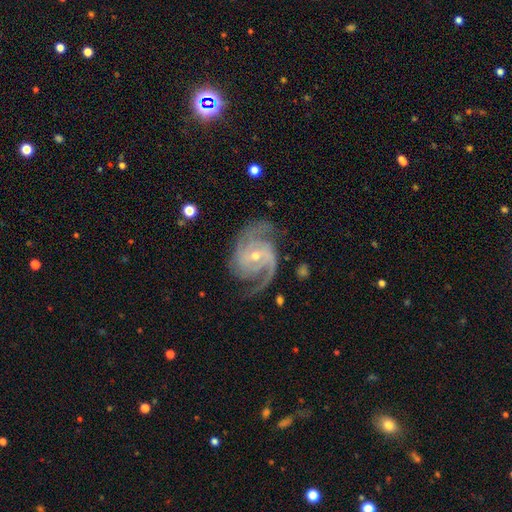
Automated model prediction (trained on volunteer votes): Q: Smooth or featured?
A: featured or disk (93%); runner-up: star or artifact (4%)
Q: Edge-on disk?
A: no (98%); runner-up: yes (2%)
Q: Bar?
A: no (50%); runner-up: weak (36%)
Q: Spiral arms?
A: yes (99%); runner-up: no (1%)
Q: Spiral winding?
A: medium (51%); runner-up: tight (39%)
Q: Spiral arm count?
A: 2 (50%); runner-up: 3 (29%)
Q: Bulge size?
A: small (59%); runner-up: moderate (39%)
Q: Merging?
A: none (74%); runner-up: minor disturbance (17%)